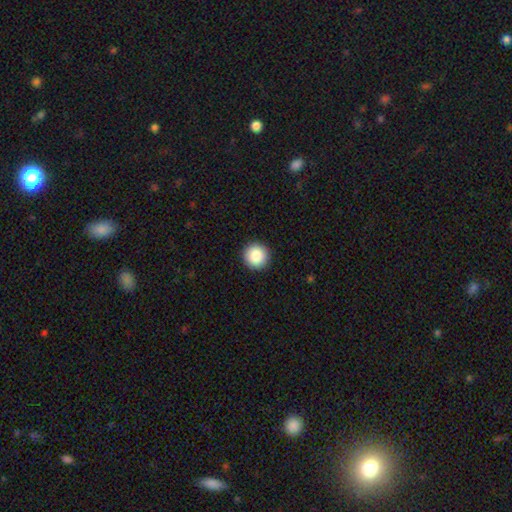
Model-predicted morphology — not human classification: type=smooth (87%); roundness=round (96%); merging=none (93%).